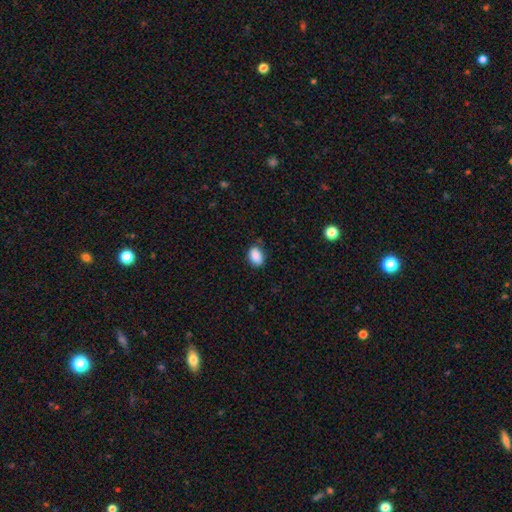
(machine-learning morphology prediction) type=smooth (88%); roundness=in between (83%); merging=none (75%).